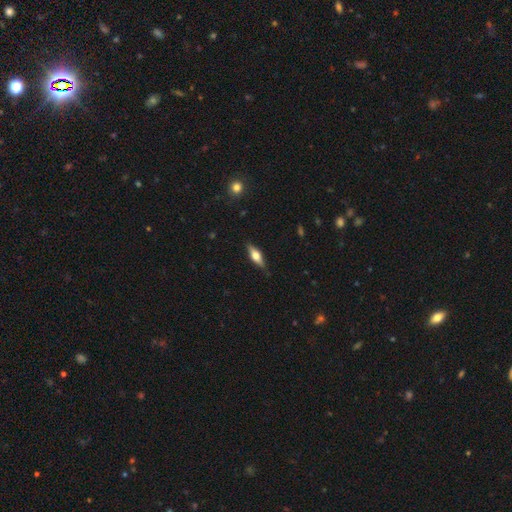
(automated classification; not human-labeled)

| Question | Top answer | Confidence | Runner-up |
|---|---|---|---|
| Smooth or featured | smooth | 48% | featured or disk (46%) |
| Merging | none | 84% | minor disturbance (12%) |